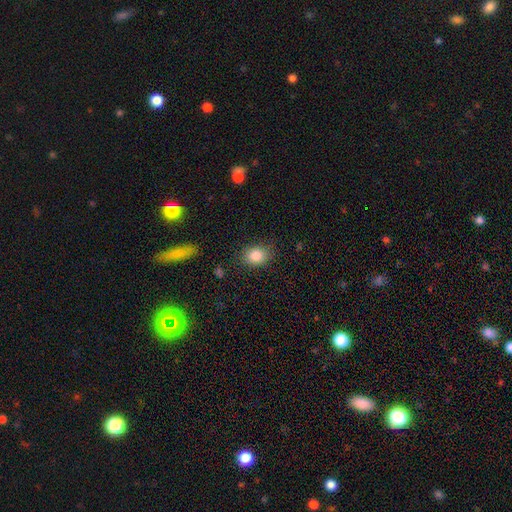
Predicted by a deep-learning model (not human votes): Overall: smooth (85%). How rounded: in between (54%; round 45%). Merging: none (82%).